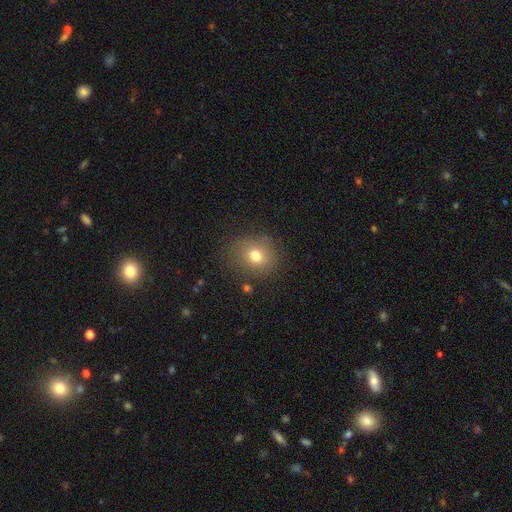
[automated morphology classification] This appears to be a smooth galaxy with no disk features (75%) that is round (69%). Merging: none (77%).